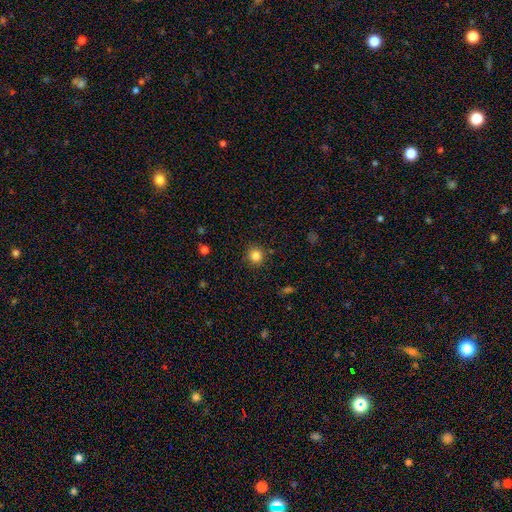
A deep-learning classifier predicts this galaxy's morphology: smooth-or-featured: smooth: 83% | star or artifact: 12% | featured or disk: 5%
  how-rounded: round: 93% | in between: 6% | cigar-shaped: 1%
  merging: none: 89% | minor disturbance: 7% | major disturbance: 2% | merger: 1%